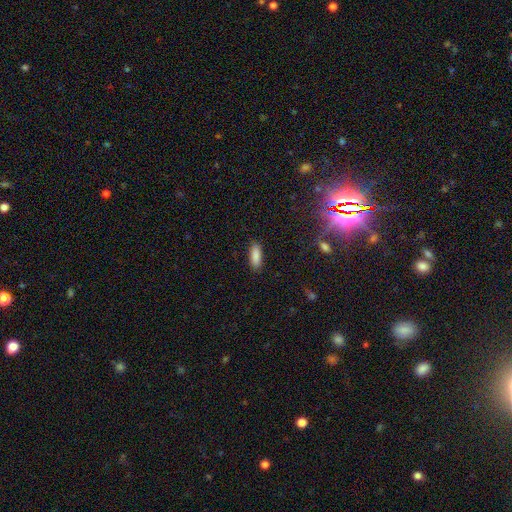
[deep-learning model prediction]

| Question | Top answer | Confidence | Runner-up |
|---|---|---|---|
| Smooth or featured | smooth | 87% | star or artifact (8%) |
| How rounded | in between | 67% | cigar-shaped (32%) |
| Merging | none | 88% | minor disturbance (9%) |